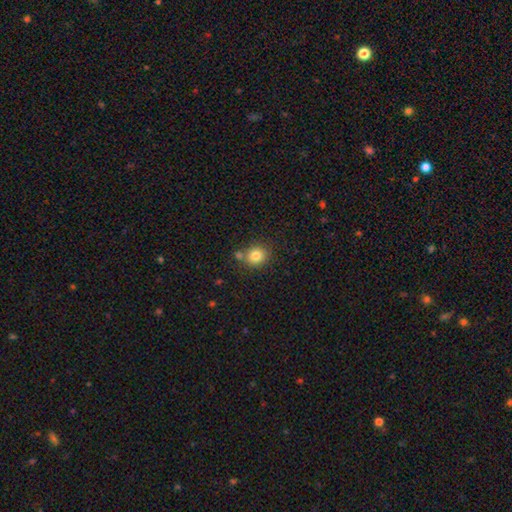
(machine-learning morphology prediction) Q: Smooth or featured?
A: smooth (81%); runner-up: star or artifact (11%)
Q: How rounded?
A: round (83%); runner-up: in between (17%)
Q: Merging?
A: none (70%); runner-up: merger (16%)